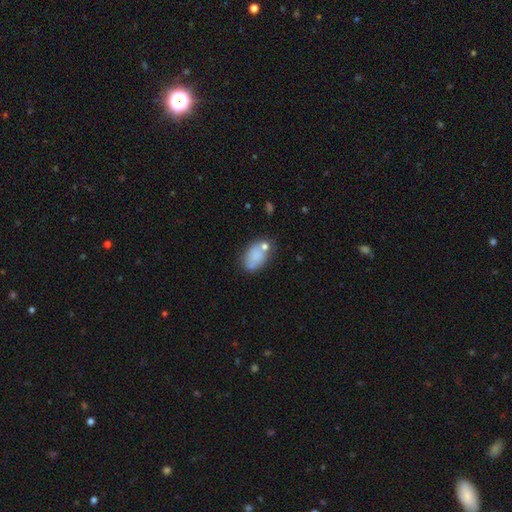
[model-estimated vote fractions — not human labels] This appears to be a smooth galaxy with no disk features (74%) that is in between round and cigar-shaped (86%). Merging: none (50%).